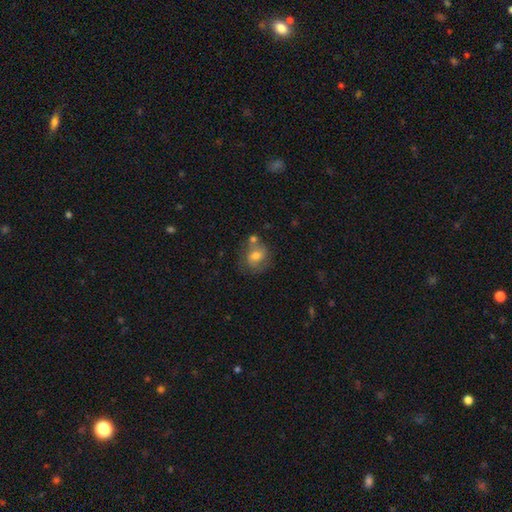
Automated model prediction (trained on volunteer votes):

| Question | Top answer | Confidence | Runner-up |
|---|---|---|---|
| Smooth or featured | smooth | 62% | featured or disk (28%) |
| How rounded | round | 68% | in between (31%) |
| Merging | none | 56% | minor disturbance (19%) |